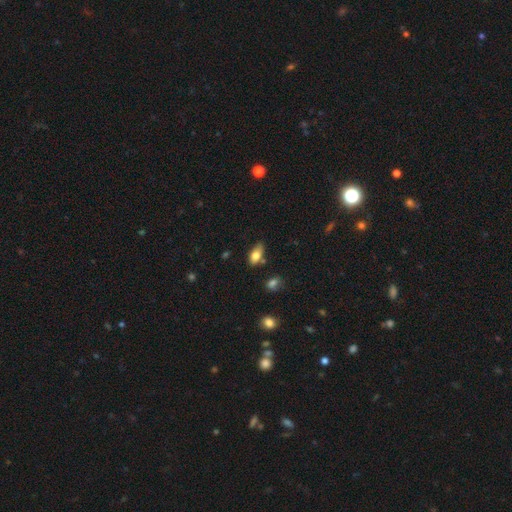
Volunteers were most divided on "merging": none: 56%, minor disturbance: 36%, merger: 5%, major disturbance: 3%. More confident: how rounded — in between (88%); smooth or featured — smooth (82%).